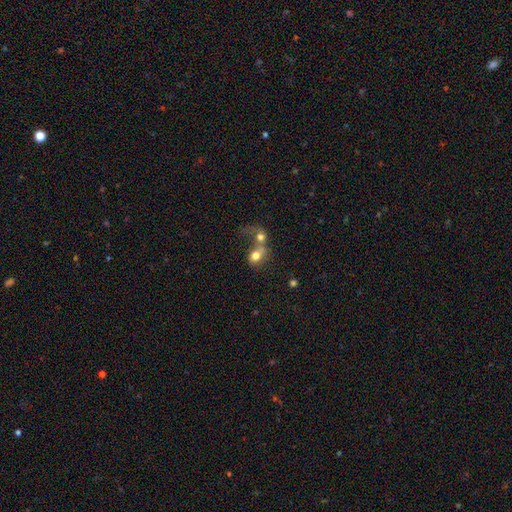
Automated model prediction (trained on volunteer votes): The model was most divided on "how rounded": round: 50%, in between: 48%, cigar-shaped: 1%. More confident: merging — merger (69%); smooth or featured — smooth (69%).